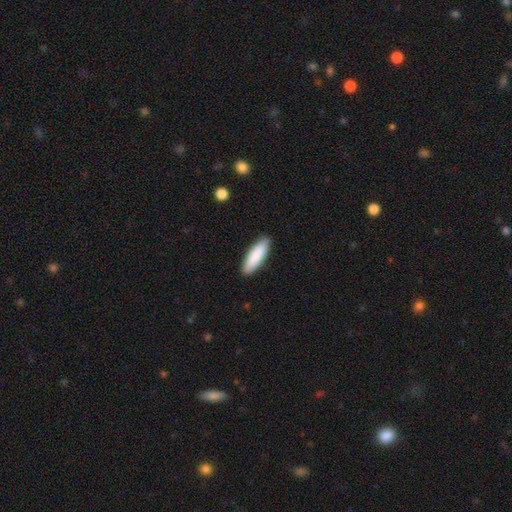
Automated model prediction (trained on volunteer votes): A smooth galaxy with no disk features (87%) that is in between round and cigar-shaped (53%).

Vote fractions:
- Smooth or featured? smooth: 87% / featured or disk: 8% / star or artifact: 5%
- How rounded? in between: 53% / cigar-shaped: 46% / round: 1%
- Merging? none: 89% / minor disturbance: 8% / major disturbance: 2% / merger: 1%